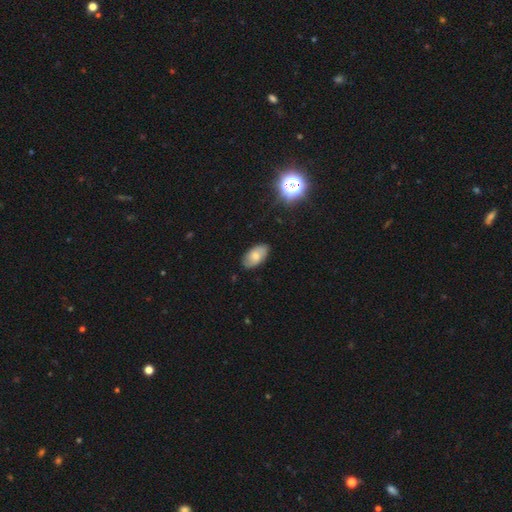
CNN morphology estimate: Q: Smooth or featured?
A: smooth (68%); runner-up: featured or disk (22%)
Q: How rounded?
A: in between (94%); runner-up: round (4%)
Q: Merging?
A: none (84%); runner-up: minor disturbance (13%)